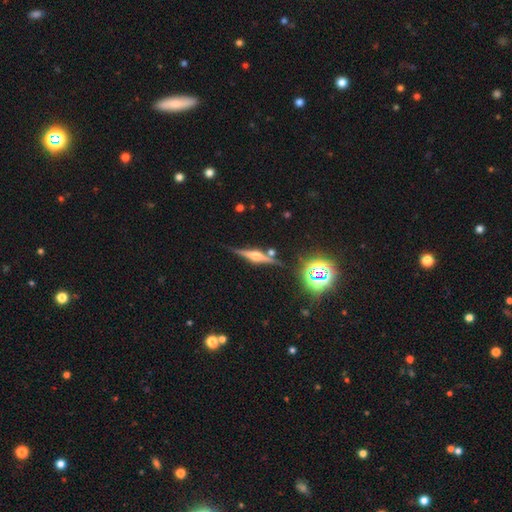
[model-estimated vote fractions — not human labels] Q: Smooth or featured?
A: featured or disk (74%); runner-up: smooth (14%)
Q: Edge-on disk?
A: yes (97%); runner-up: no (3%)
Q: Edge-on bulge?
A: rounded (86%); runner-up: boxy (11%)
Q: Merging?
A: none (81%); runner-up: minor disturbance (10%)